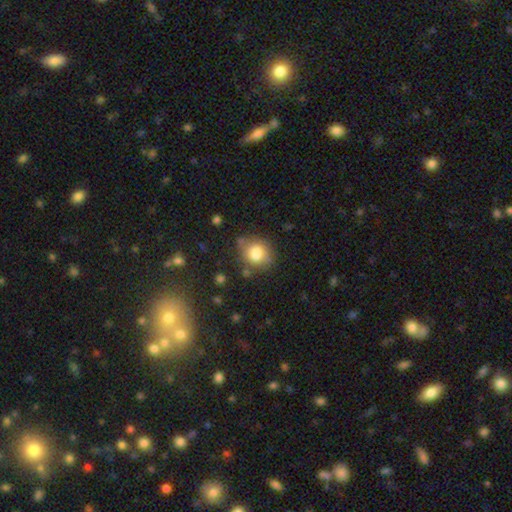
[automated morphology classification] This is likely a smooth galaxy (80%). How rounded: likely round (71%). Merging: likely none (67%).